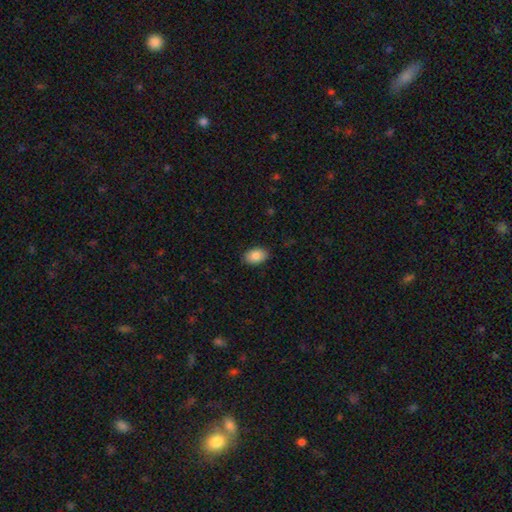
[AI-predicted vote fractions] Smooth or featured? smooth (86%)
How rounded? in between (88%)
Merging? none (87%)